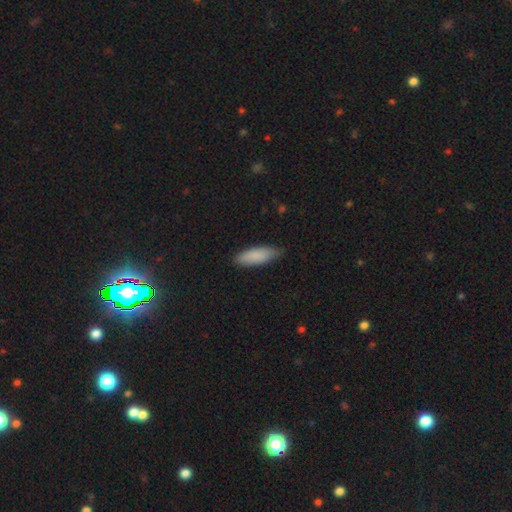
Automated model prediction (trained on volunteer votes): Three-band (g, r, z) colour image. It shows a smooth galaxy with no disk features (87%) that is in between round and cigar-shaped (57%). Merging: none (79%).